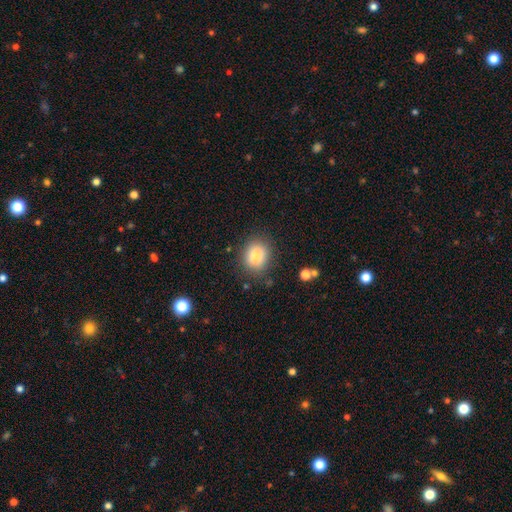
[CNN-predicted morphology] Q: Smooth or featured?
A: smooth (81%); runner-up: star or artifact (10%)
Q: How rounded?
A: round (69%); runner-up: in between (30%)
Q: Merging?
A: none (84%); runner-up: minor disturbance (11%)